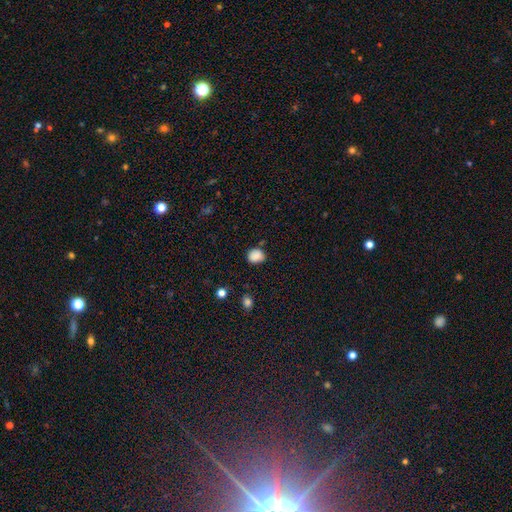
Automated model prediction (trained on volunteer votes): smooth 86%, star or artifact 10%, featured or disk 4%. Down the decision tree: how rounded — round (62%); merging — none (70%).